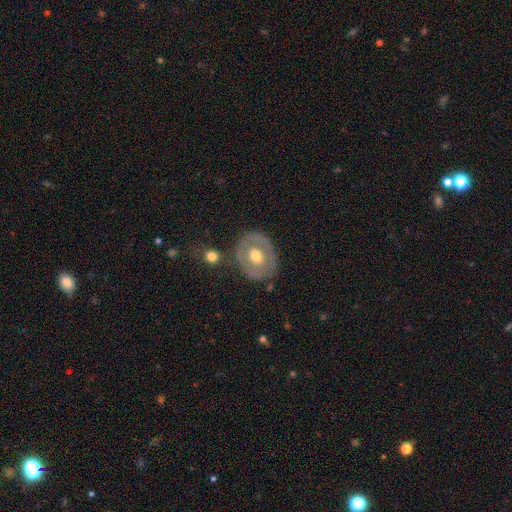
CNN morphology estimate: Overall: featured or disk (51%; smooth 43%). Edge-on disk: no (93%). Merging: none (75%).